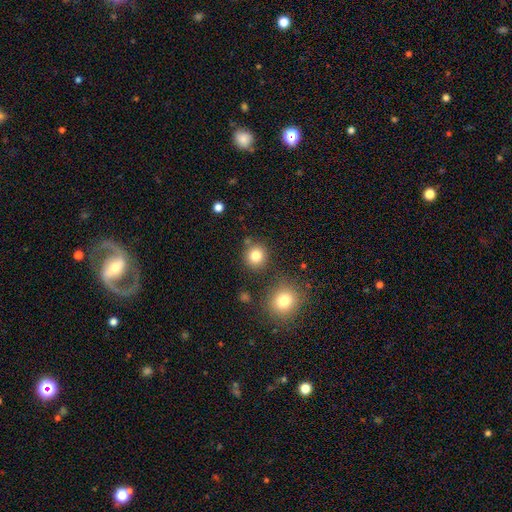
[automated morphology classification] This is clearly a smooth galaxy (82%). How rounded: clearly round (90%). Merging: clearly none (81%).